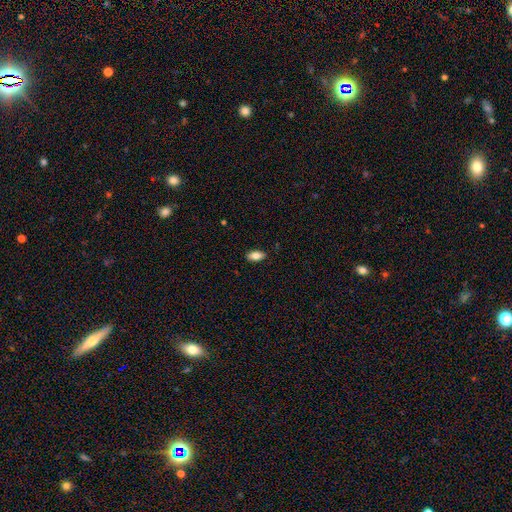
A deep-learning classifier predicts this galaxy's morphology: This is clearly a smooth galaxy (83%). How rounded: clearly in between (90%). Merging: clearly none (87%).